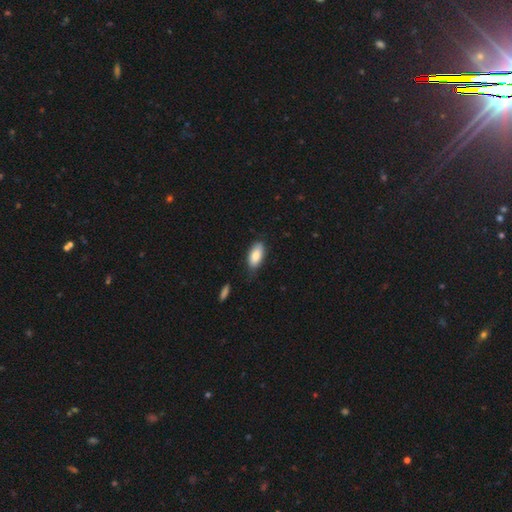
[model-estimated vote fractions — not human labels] Smooth or featured? Predicted: smooth (p=0.83). How rounded? Predicted: in between (p=0.90). Merging? Predicted: none (p=0.72).